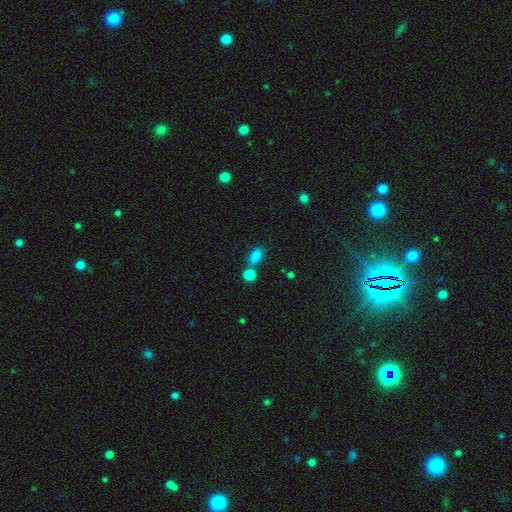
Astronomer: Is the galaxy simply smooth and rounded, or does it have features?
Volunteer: smooth — 86%.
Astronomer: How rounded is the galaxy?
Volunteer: in between — 94%.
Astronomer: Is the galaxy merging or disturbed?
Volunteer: none — 62%.